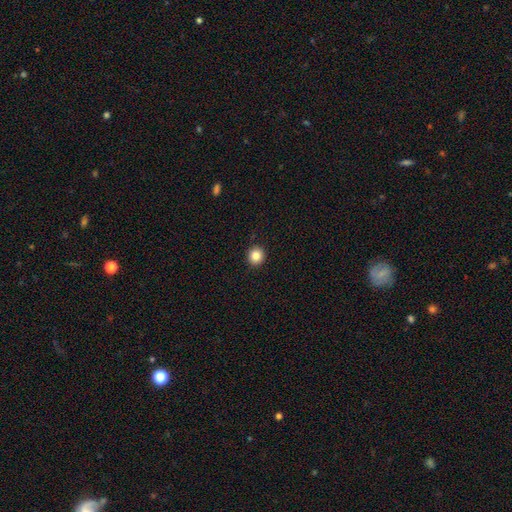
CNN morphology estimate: Smooth or featured? Predicted: smooth (p=0.84). How rounded? Predicted: round (p=0.89). Merging? Predicted: none (p=0.92).